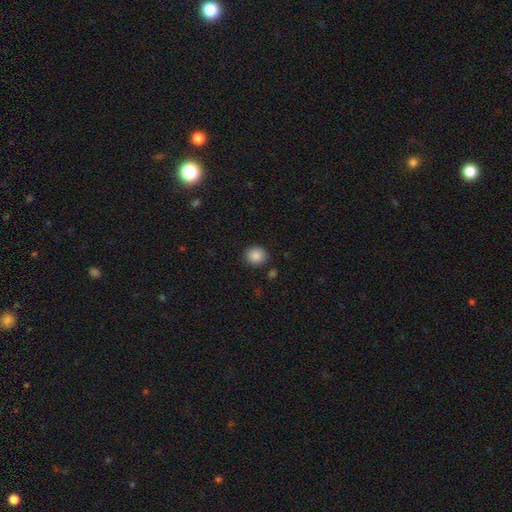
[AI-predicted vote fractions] Smooth or featured?
  - smooth: 88% *
  - star or artifact: 9%
  - featured or disk: 4%
How rounded?
  - round: 80% *
  - in between: 19%
  - cigar-shaped: 1%
Merging?
  - none: 87% *
  - minor disturbance: 8%
  - major disturbance: 2%
  - merger: 2%